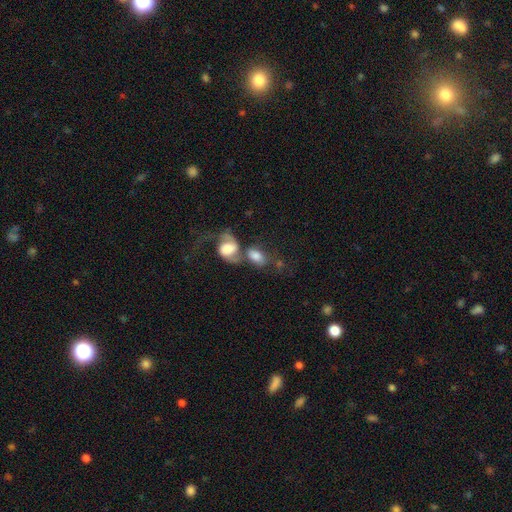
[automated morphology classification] type=smooth (55%); roundness=in between (80%); merging=merger (62%).